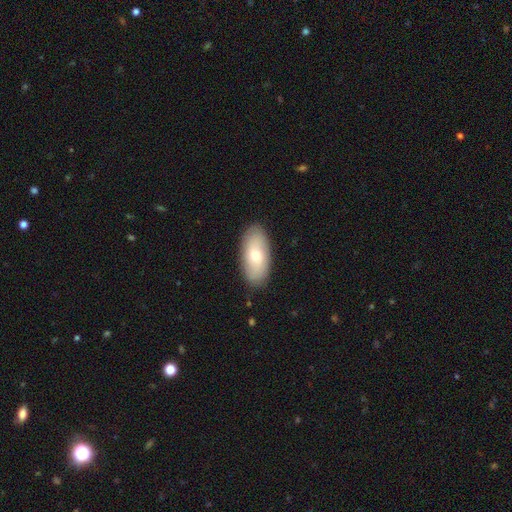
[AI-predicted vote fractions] smooth_or_featured: smooth (p=0.63) [alt: featured or disk p=0.31]
how_rounded: in between (p=0.91) [alt: cigar-shaped p=0.06]
merging: none (p=0.87) [alt: minor disturbance p=0.09]